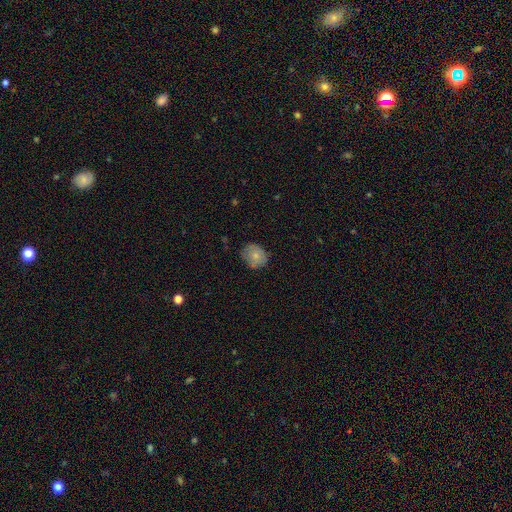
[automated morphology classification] A smooth galaxy with no disk features (69%) that is round (59%).

Vote fractions:
- Smooth or featured? smooth: 69% / featured or disk: 24% / star or artifact: 8%
- How rounded? round: 59% / in between: 40% / cigar-shaped: 1%
- Merging? none: 70% / minor disturbance: 24% / major disturbance: 5% / merger: 1%